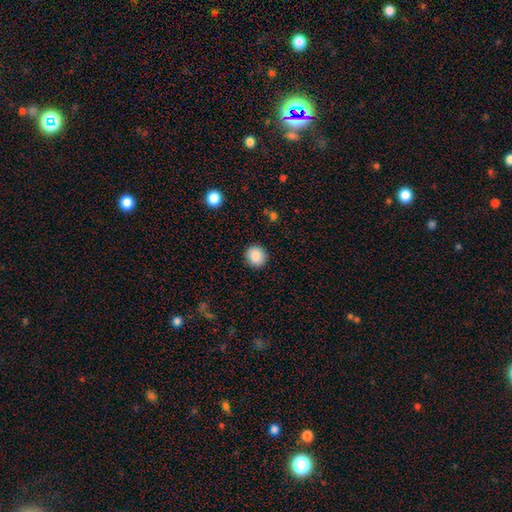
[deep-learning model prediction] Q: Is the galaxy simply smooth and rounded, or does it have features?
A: smooth — 88%.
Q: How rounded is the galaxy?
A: round — 89%.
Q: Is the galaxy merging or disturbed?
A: none — 91%.